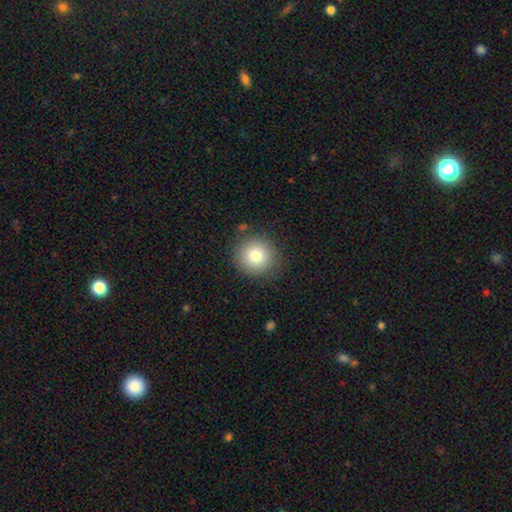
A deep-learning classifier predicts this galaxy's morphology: Smooth or featured: smooth — 80% (star or artifact — 10%)
How rounded: round — 92% (in between — 7%)
Merging: none — 86% (minor disturbance — 9%)